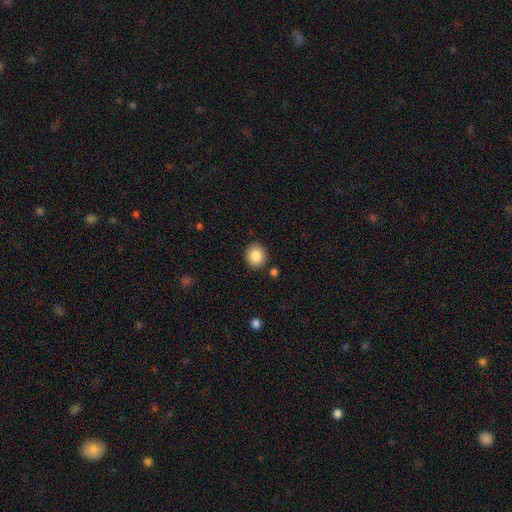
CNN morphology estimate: A smooth galaxy with no disk features (86%) that is round (80%). Merging: none (88%).